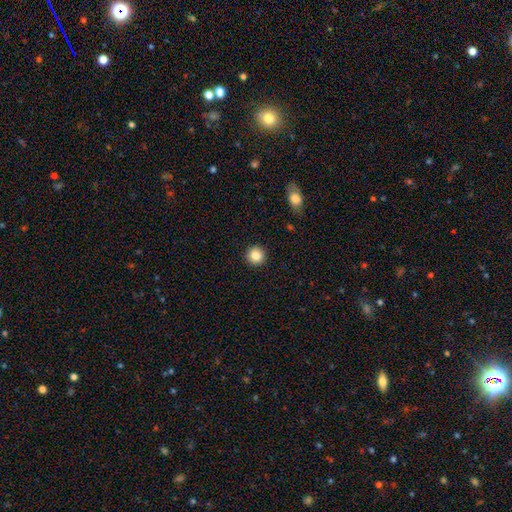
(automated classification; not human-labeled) A smooth galaxy with no disk features (85%) that is round (95%). Merging: none (92%).